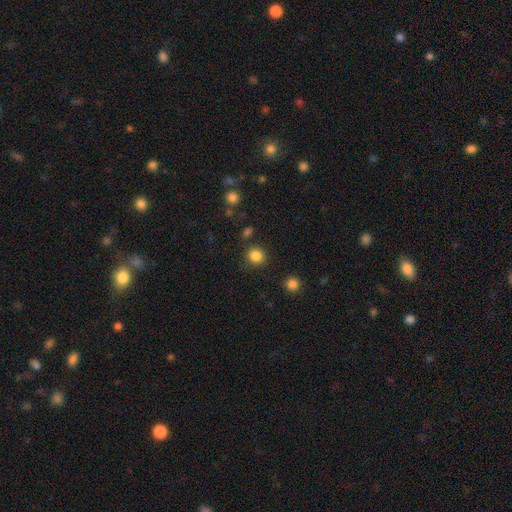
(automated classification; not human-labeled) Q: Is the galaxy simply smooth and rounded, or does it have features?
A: smooth — 84%.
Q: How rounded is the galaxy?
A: round — 90%.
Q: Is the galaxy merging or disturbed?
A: none — 87%.